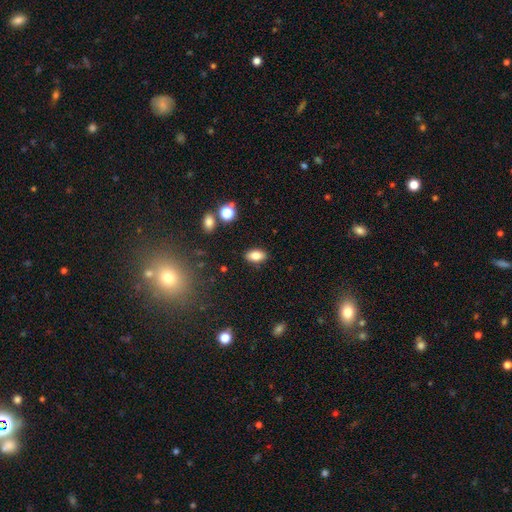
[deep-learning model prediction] This appears to be a smooth galaxy with no disk features (82%) that is in between round and cigar-shaped (89%). Merging: none (87%).